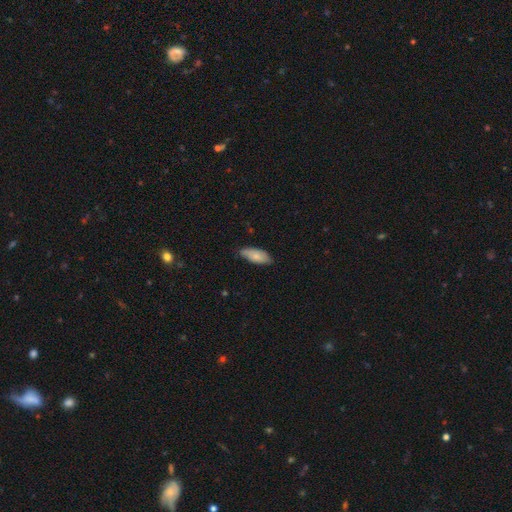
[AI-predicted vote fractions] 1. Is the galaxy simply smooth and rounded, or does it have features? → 77% smooth, 17% featured or disk, 6% star or artifact.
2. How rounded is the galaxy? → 84% in between, 15% cigar-shaped, 2% round.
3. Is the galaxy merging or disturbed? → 72% none, 24% minor disturbance, 3% major disturbance, 1% merger.